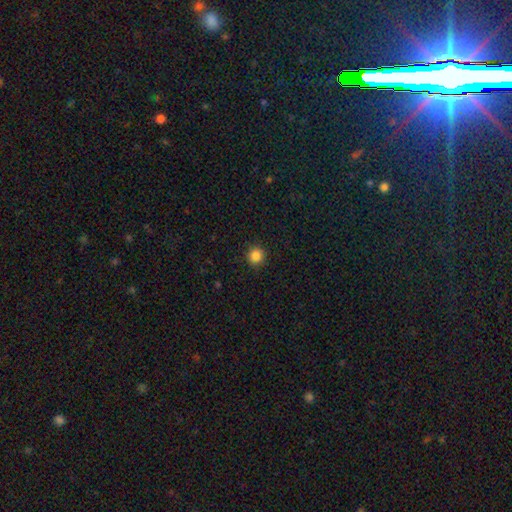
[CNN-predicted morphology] smooth-or-featured: smooth: 85% | star or artifact: 11% | featured or disk: 4%
  how-rounded: round: 93% | in between: 6% | cigar-shaped: 1%
  merging: none: 92% | minor disturbance: 6% | major disturbance: 2% | merger: 1%